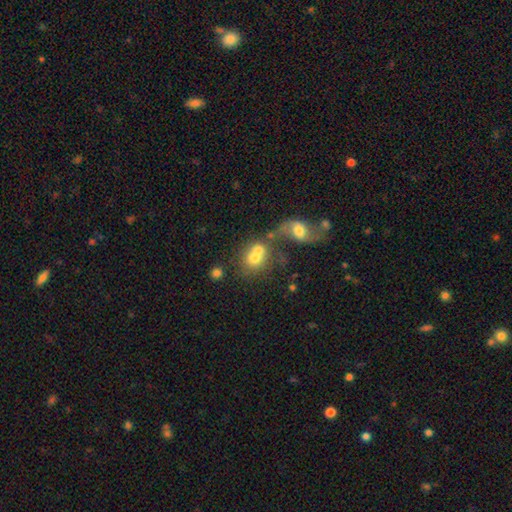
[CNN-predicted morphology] Smooth or featured?
  - smooth: 64% *
  - featured or disk: 26%
  - star or artifact: 10%
How rounded?
  - round: 59% *
  - in between: 39%
  - cigar-shaped: 1%
Merging?
  - merger: 63% *
  - none: 22%
  - minor disturbance: 8%
  - major disturbance: 7%